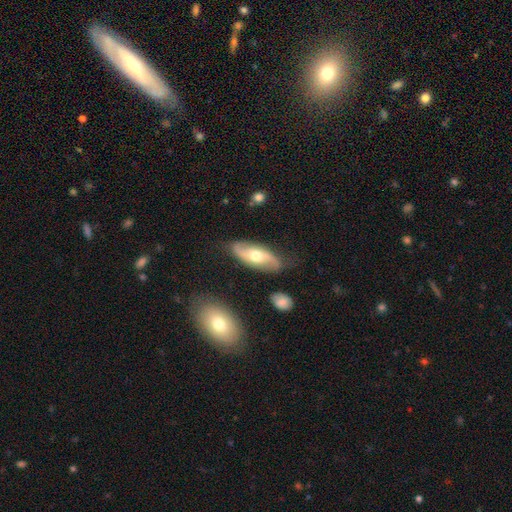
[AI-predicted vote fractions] This appears to be a featured or disk galaxy (65%) with no bar (62%), spiral arms (84%) and a moderate central bulge (73%). Merging: none (74%).